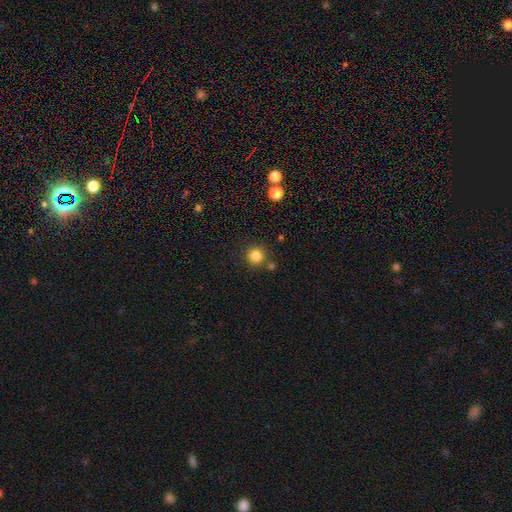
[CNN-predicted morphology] Smooth or featured: smooth — 84% (star or artifact — 12%)
How rounded: round — 94% (in between — 5%)
Merging: none — 84% (minor disturbance — 8%)